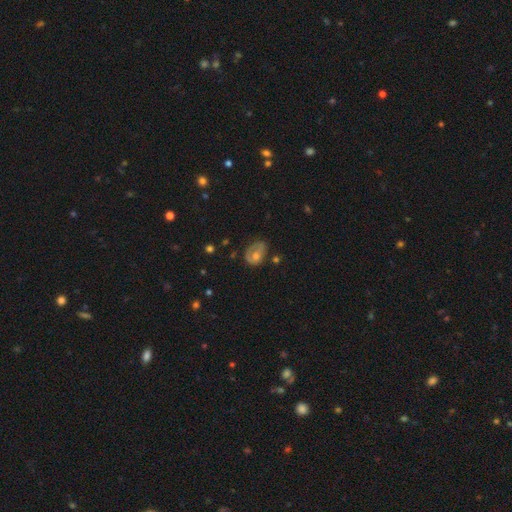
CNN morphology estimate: Smooth or featured? Predicted: featured or disk (p=0.46). Merging? Predicted: none (p=0.52).